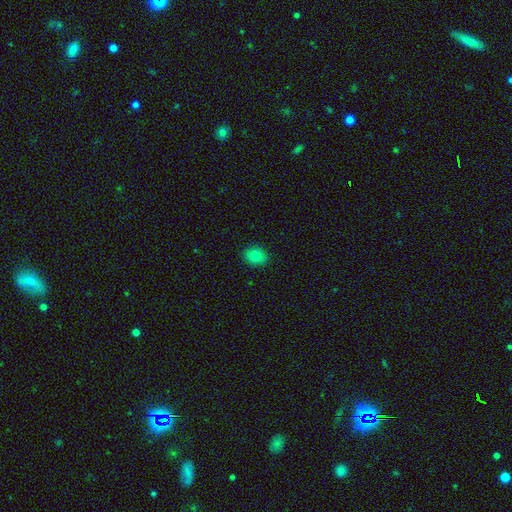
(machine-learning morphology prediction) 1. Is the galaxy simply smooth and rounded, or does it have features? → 82% smooth, 11% star or artifact, 7% featured or disk.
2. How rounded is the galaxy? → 52% round, 47% in between, 1% cigar-shaped.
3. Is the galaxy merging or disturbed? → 89% none, 8% minor disturbance, 2% major disturbance, 1% merger.